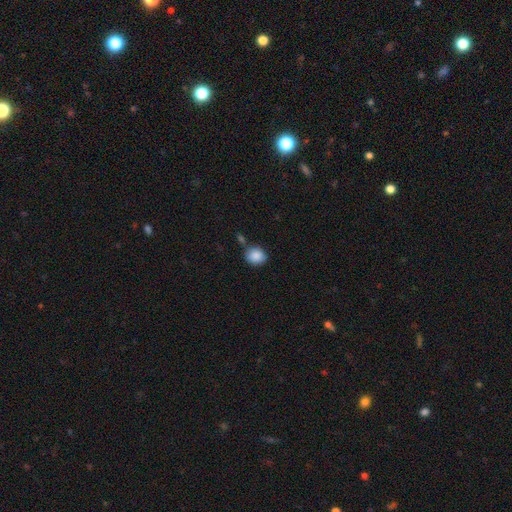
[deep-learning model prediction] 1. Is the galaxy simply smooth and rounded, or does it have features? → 89% smooth, 8% star or artifact, 4% featured or disk.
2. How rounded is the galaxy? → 73% round, 27% in between, 1% cigar-shaped.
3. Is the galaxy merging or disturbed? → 71% none, 14% minor disturbance, 11% merger, 4% major disturbance.